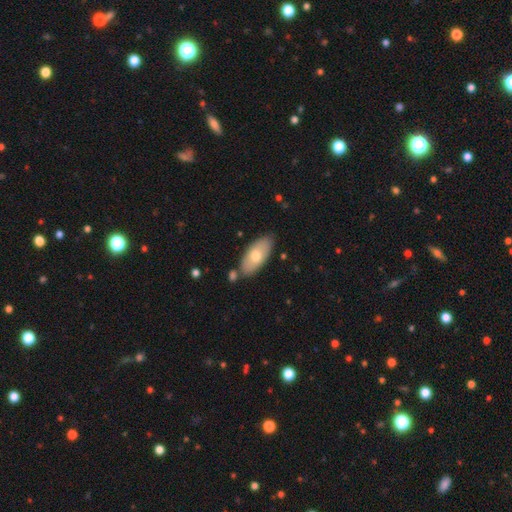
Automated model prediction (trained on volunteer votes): Smooth or featured? smooth (70%)
How rounded? in between (89%)
Merging? none (78%)